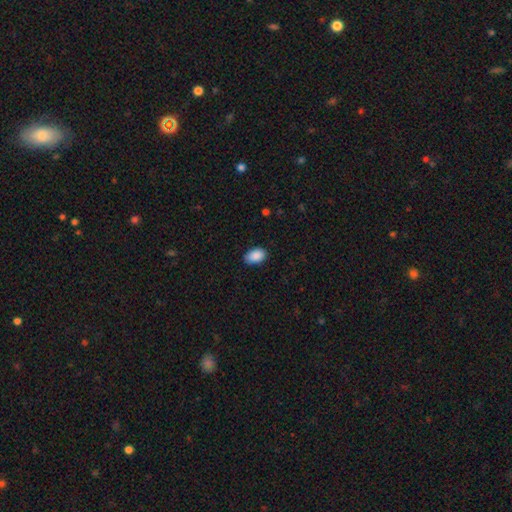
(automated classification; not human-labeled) Smooth or featured?
  - smooth: 90% *
  - star or artifact: 7%
  - featured or disk: 3%
How rounded?
  - in between: 92% *
  - round: 7%
  - cigar-shaped: 1%
Merging?
  - none: 84% *
  - minor disturbance: 13%
  - major disturbance: 2%
  - merger: 1%